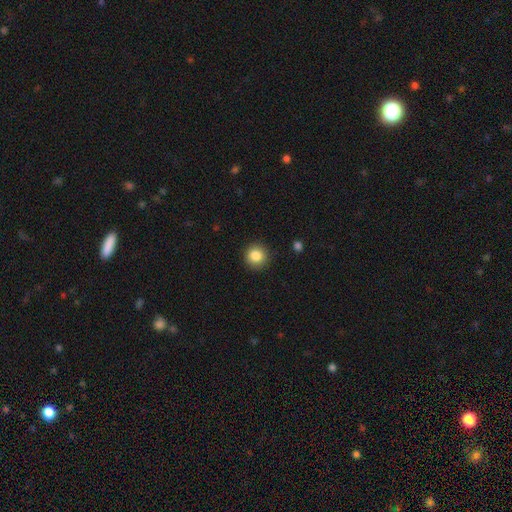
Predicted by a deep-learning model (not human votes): Smooth or featured?
  - smooth: 86% *
  - star or artifact: 9%
  - featured or disk: 5%
How rounded?
  - round: 93% *
  - in between: 6%
  - cigar-shaped: 1%
Merging?
  - none: 90% *
  - minor disturbance: 7%
  - major disturbance: 2%
  - merger: 1%